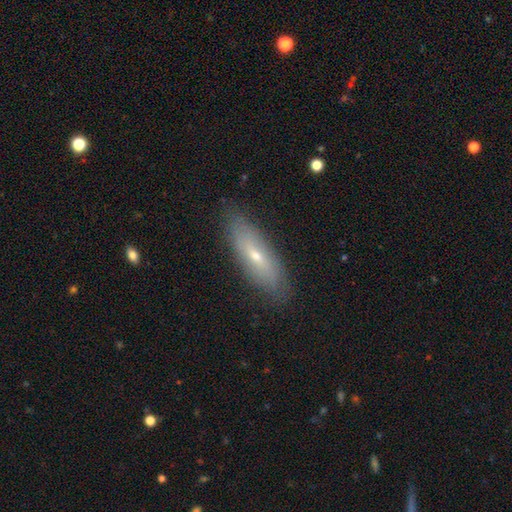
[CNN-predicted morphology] type=smooth (49%); merging=none (85%).